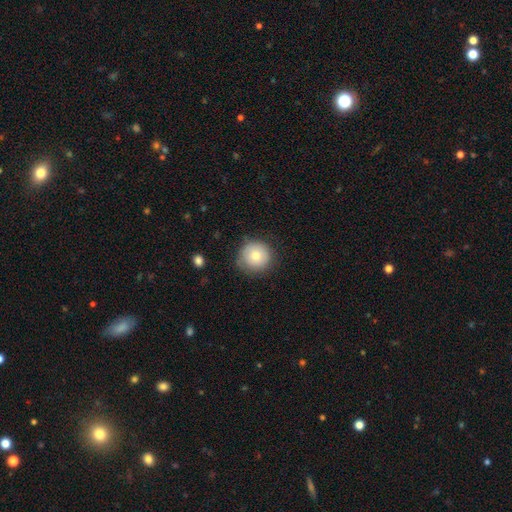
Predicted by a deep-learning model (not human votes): Q: Smooth or featured?
A: smooth (75%); runner-up: featured or disk (17%)
Q: How rounded?
A: round (94%); runner-up: in between (5%)
Q: Merging?
A: none (78%); runner-up: minor disturbance (17%)